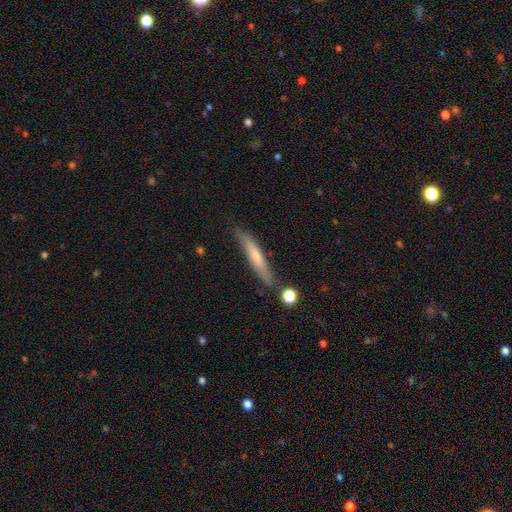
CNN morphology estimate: Smooth or featured?
  - smooth: 55% *
  - featured or disk: 38%
  - star or artifact: 7%
How rounded?
  - cigar-shaped: 93% *
  - in between: 6%
  - round: 2%
Merging?
  - none: 79% *
  - minor disturbance: 14%
  - merger: 4%
  - major disturbance: 3%